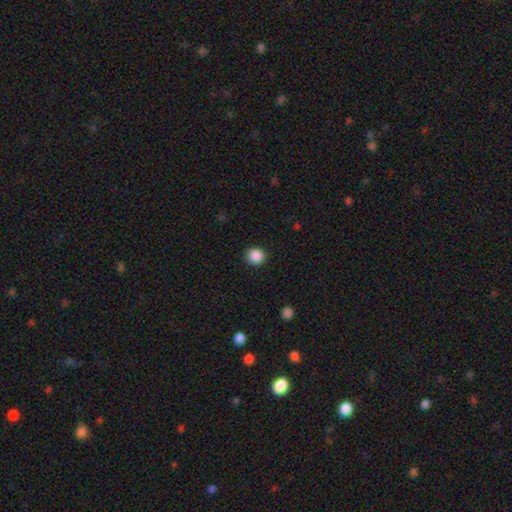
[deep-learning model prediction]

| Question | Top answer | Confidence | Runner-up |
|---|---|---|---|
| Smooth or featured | smooth | 88% | star or artifact (10%) |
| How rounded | round | 91% | in between (8%) |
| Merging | none | 91% | minor disturbance (6%) |